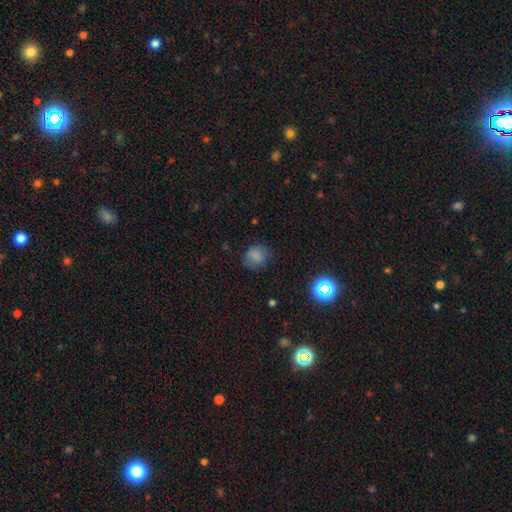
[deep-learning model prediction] This is likely a smooth galaxy (76%). How rounded: likely round (74%). Merging: likely none (72%).